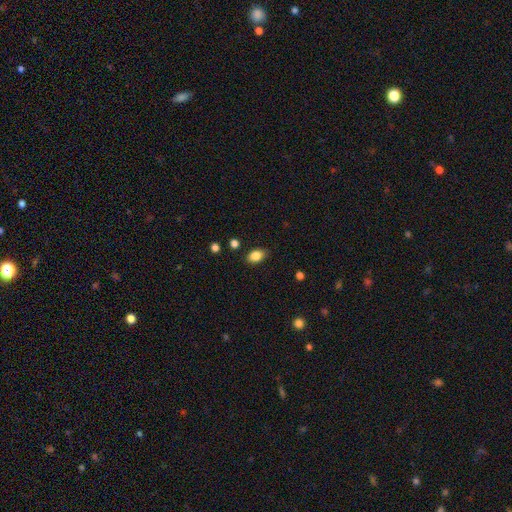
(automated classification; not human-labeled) Q: Smooth or featured?
A: smooth (84%); runner-up: star or artifact (9%)
Q: How rounded?
A: in between (82%); runner-up: round (16%)
Q: Merging?
A: none (83%); runner-up: minor disturbance (12%)